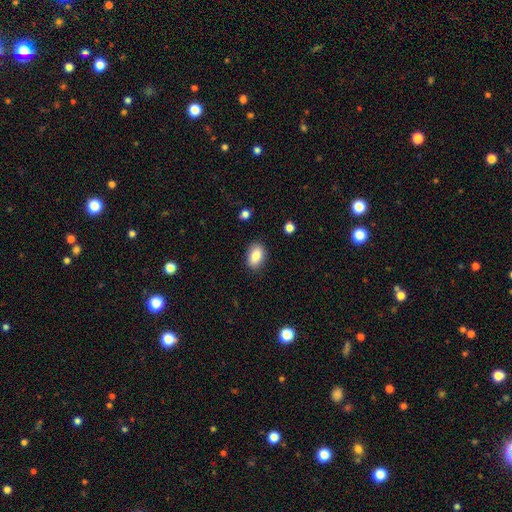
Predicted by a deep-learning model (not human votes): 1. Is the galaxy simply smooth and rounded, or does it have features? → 86% smooth, 8% star or artifact, 7% featured or disk.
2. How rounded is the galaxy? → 87% in between, 11% round, 2% cigar-shaped.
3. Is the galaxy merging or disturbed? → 86% none, 11% minor disturbance, 3% major disturbance, 1% merger.